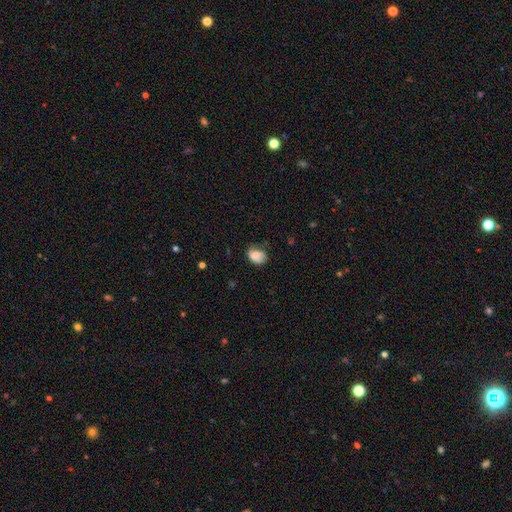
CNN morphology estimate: Smooth or featured? smooth (71%)
How rounded? in between (68%)
Merging? none (52%)